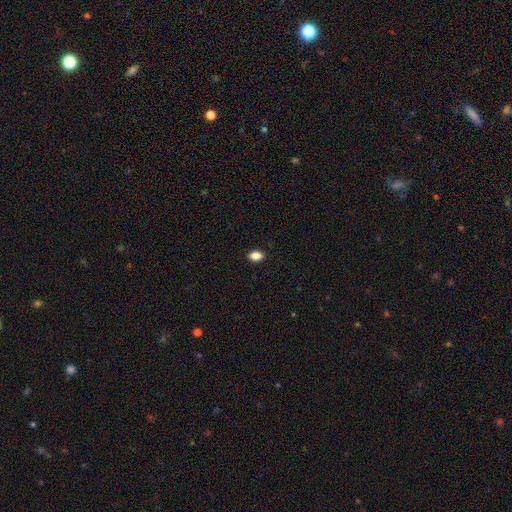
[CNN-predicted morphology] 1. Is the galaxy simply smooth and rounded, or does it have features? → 86% smooth, 10% star or artifact, 4% featured or disk.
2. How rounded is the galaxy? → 83% in between, 16% round, 2% cigar-shaped.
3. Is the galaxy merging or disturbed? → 89% none, 9% minor disturbance, 2% major disturbance, 1% merger.